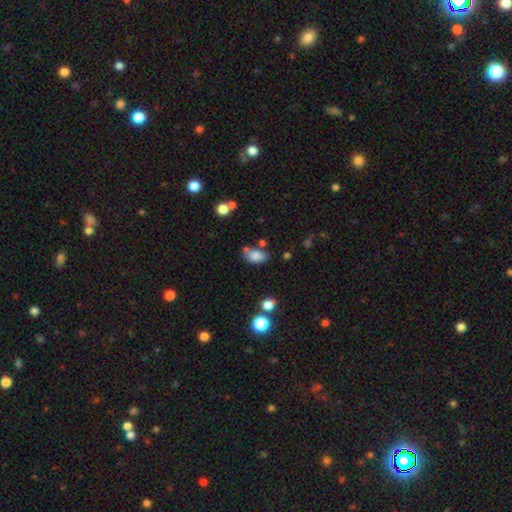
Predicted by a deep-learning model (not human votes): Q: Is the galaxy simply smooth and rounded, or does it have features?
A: smooth — 82%.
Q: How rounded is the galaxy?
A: in between — 90%.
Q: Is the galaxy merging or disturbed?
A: none — 59%.